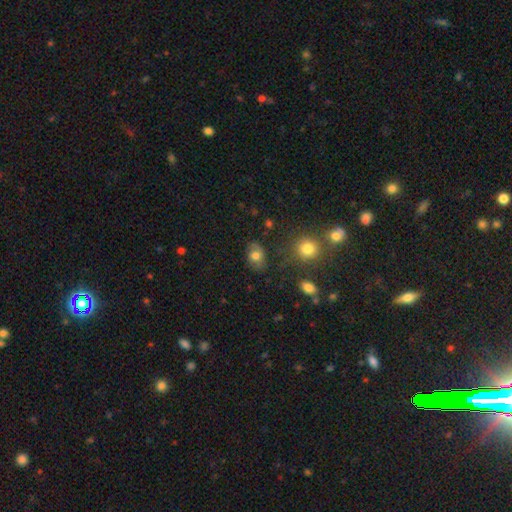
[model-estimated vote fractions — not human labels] smooth 71%, featured or disk 18%, star or artifact 11%. Down the decision tree: how rounded — in between (65%); merging — none (74%).